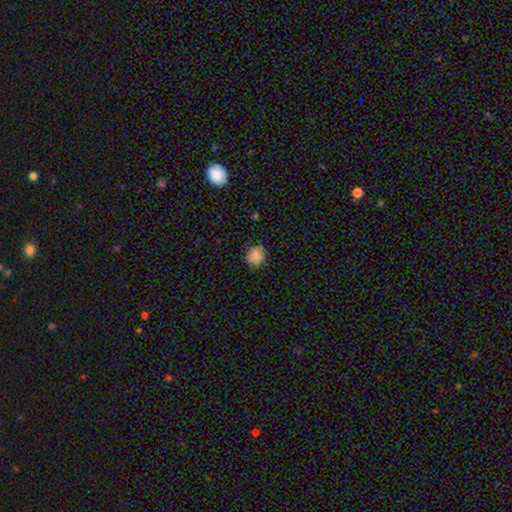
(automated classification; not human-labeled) smooth 80%, featured or disk 11%, star or artifact 9%. Down the decision tree: how rounded — round (84%); merging — none (78%).